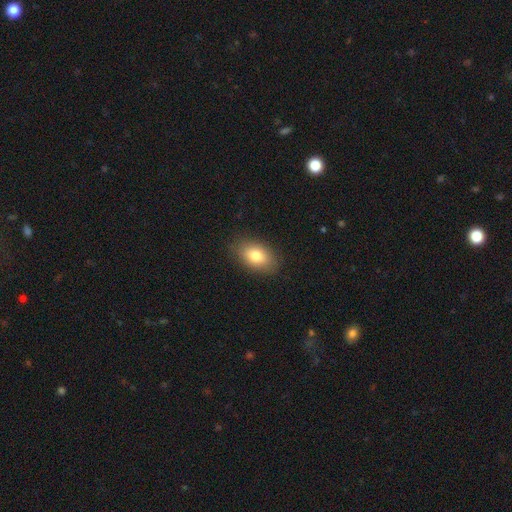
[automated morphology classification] Smooth or featured? Predicted: smooth (p=0.80). How rounded? Predicted: in between (p=0.88). Merging? Predicted: none (p=0.86).